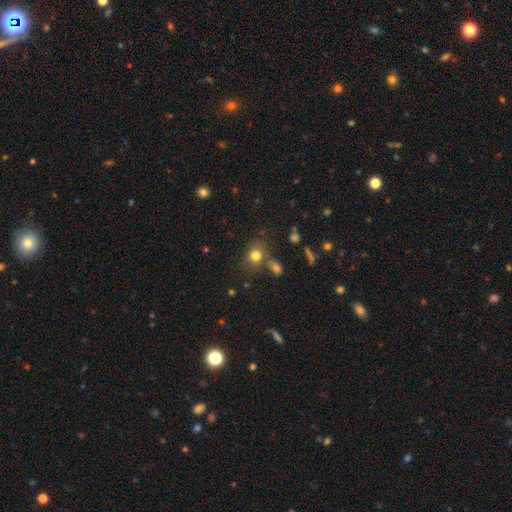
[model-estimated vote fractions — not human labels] smooth 78%, star or artifact 13%, featured or disk 9%. Down the decision tree: how rounded — round (56%); merging — none (63%).